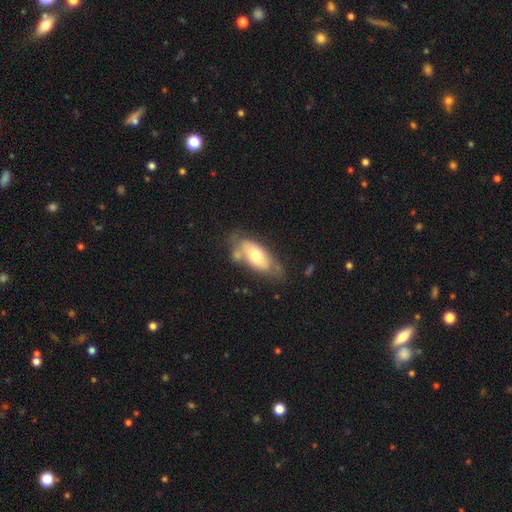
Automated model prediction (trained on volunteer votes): A smooth galaxy with no disk features (59%) that is in between round and cigar-shaped (85%). Merging: none (52%).